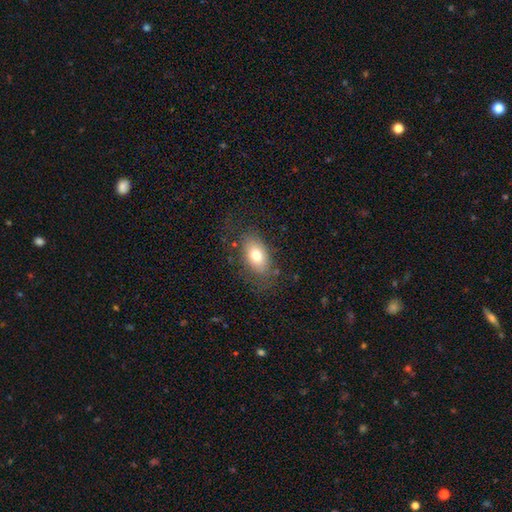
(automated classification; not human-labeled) This is likely a smooth galaxy (72%). How rounded: clearly in between (88%). Merging: likely none (74%).